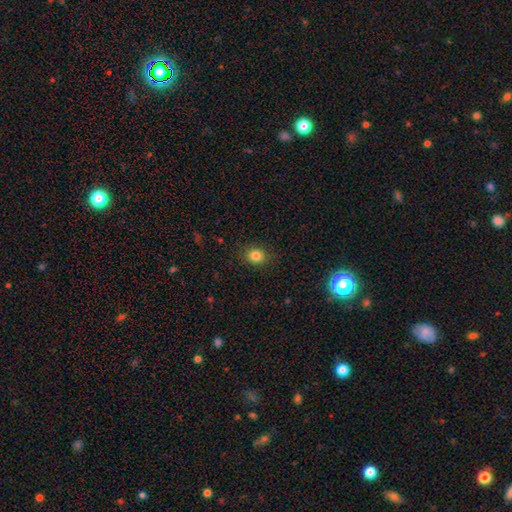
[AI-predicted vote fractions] The model was most divided on "how rounded": round: 68%, in between: 31%, cigar-shaped: 1%. More confident: merging — none (87%); smooth or featured — smooth (83%).